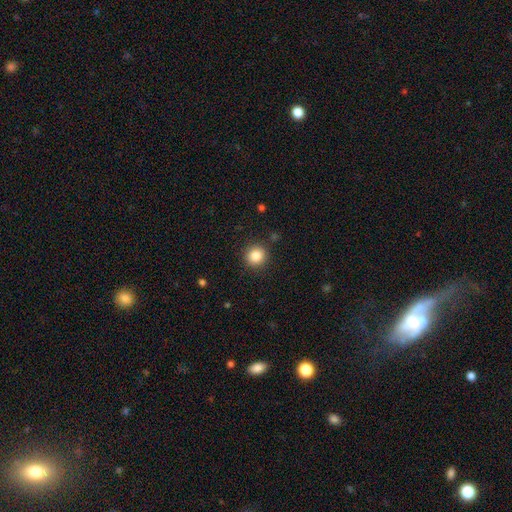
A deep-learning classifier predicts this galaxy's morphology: smooth_or_featured: smooth (p=0.85) [alt: star or artifact p=0.10]
how_rounded: round (p=0.93) [alt: in between p=0.06]
merging: none (p=0.90) [alt: minor disturbance p=0.06]